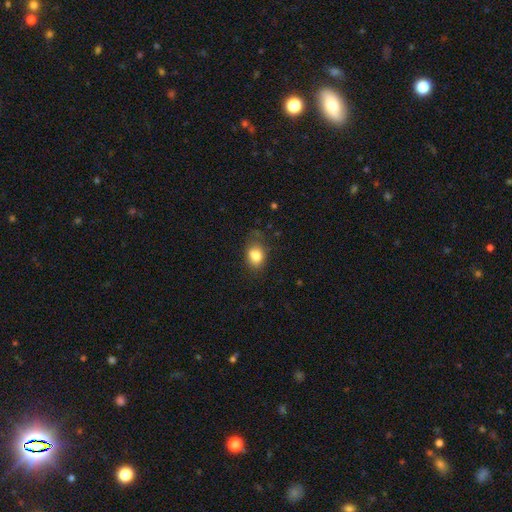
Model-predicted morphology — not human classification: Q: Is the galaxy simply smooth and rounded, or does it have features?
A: smooth — 82%.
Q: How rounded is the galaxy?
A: in between — 56%.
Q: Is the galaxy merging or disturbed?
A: none — 58%.